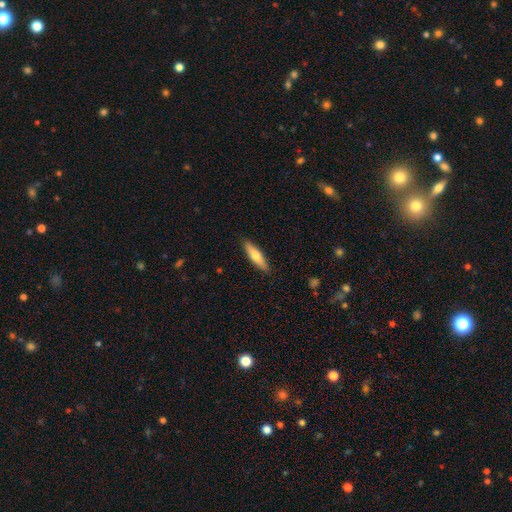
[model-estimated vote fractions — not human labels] smooth 67%, featured or disk 28%, star or artifact 5%. Down the decision tree: how rounded — cigar-shaped (71%); merging — none (89%).